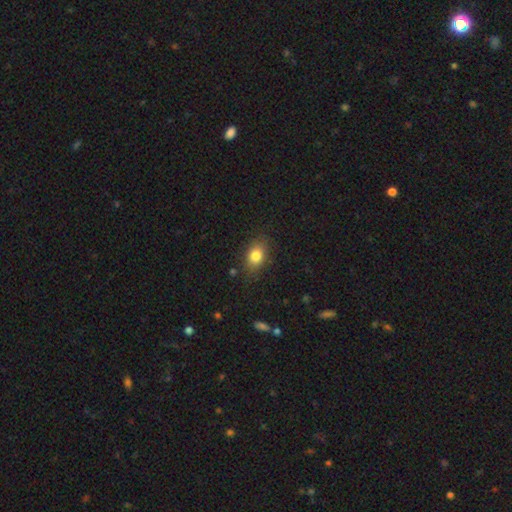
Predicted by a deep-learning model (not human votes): Smooth or featured? Predicted: smooth (p=0.81). How rounded? Predicted: in between (p=0.74). Merging? Predicted: none (p=0.80).